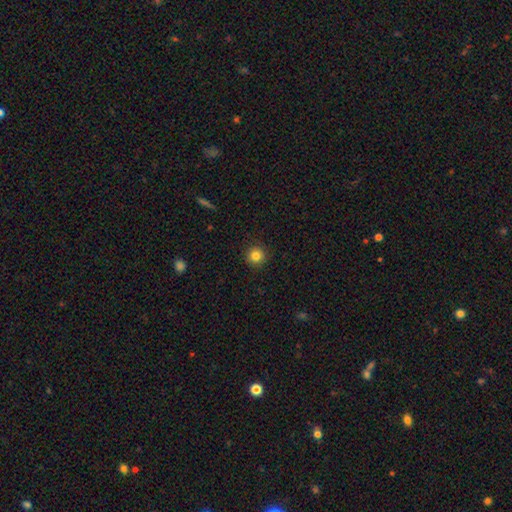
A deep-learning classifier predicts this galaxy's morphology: Smooth or featured?
  - smooth: 83% *
  - star or artifact: 12%
  - featured or disk: 6%
How rounded?
  - round: 95% *
  - in between: 4%
  - cigar-shaped: 1%
Merging?
  - none: 91% *
  - minor disturbance: 6%
  - major disturbance: 2%
  - merger: 1%